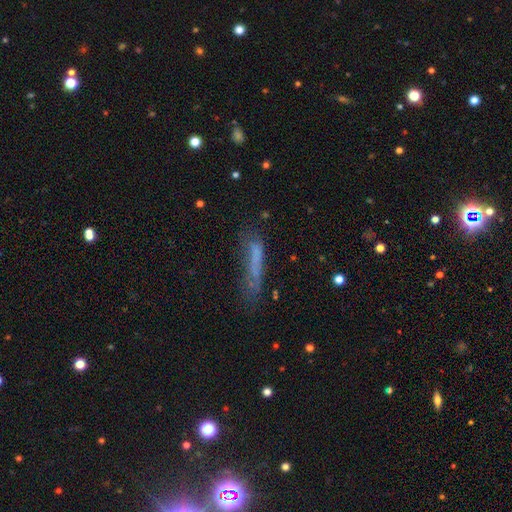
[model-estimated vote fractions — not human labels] Smooth or featured?
  - smooth: 59% *
  - featured or disk: 28%
  - star or artifact: 13%
How rounded?
  - cigar-shaped: 81% *
  - in between: 17%
  - round: 2%
Merging?
  - none: 41% *
  - major disturbance: 27%
  - minor disturbance: 26%
  - merger: 7%